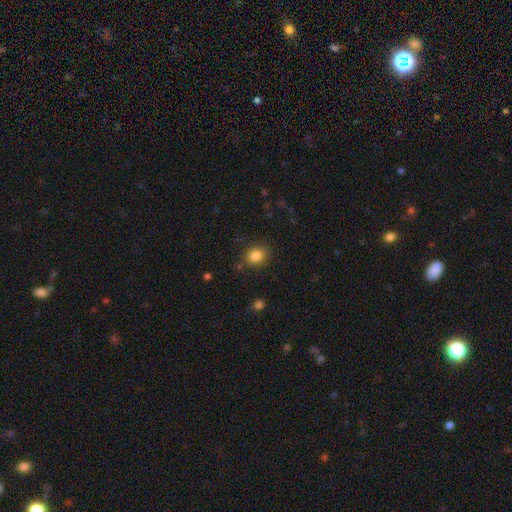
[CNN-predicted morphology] smooth 84%, star or artifact 11%, featured or disk 5%. Down the decision tree: how rounded — round (54%); merging — none (82%).